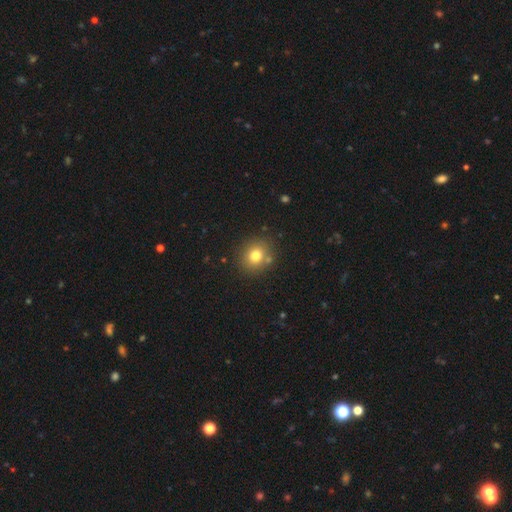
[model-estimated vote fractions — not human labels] This appears to be a smooth galaxy with no disk features (77%) that is round (77%). Merging: none (80%).